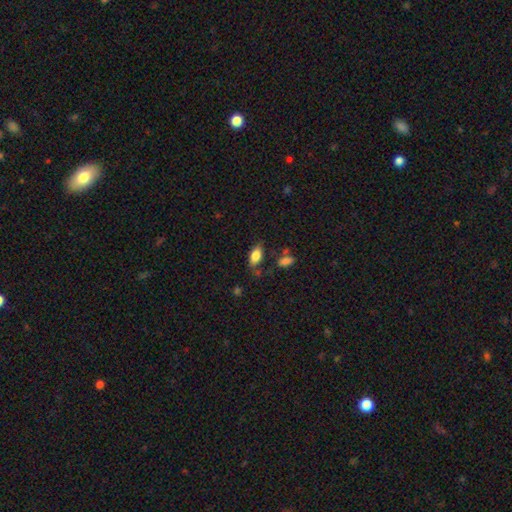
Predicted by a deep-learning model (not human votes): Morphology: type=smooth (82%); roundness=in between (89%); merging=none (71%).